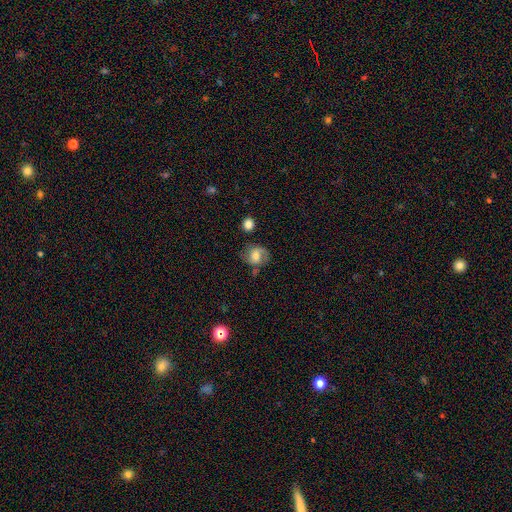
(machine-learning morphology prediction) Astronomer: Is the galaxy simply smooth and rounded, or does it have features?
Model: smooth — 50% (runner-up: featured or disk, 40%).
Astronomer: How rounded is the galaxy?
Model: round — 70%.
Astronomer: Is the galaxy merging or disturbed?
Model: none — 64%.